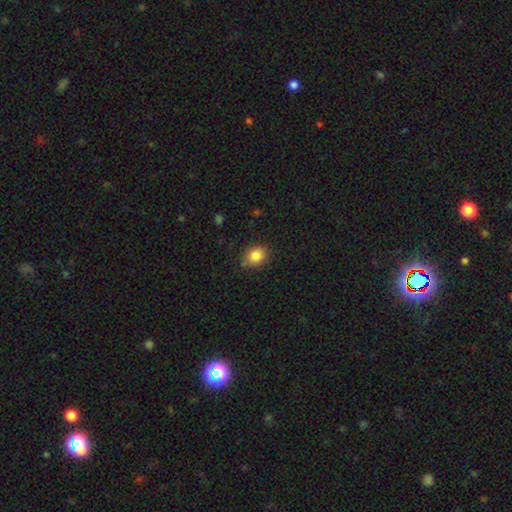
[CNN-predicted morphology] type=smooth (84%); roundness=round (66%); merging=none (80%).